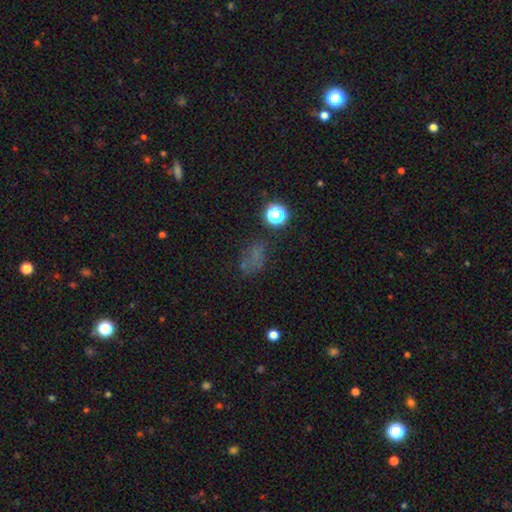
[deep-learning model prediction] Smooth or featured: smooth — 50% (star or artifact — 35%)
How rounded: in between — 65% (round — 32%)
Merging: none — 58% (minor disturbance — 19%)